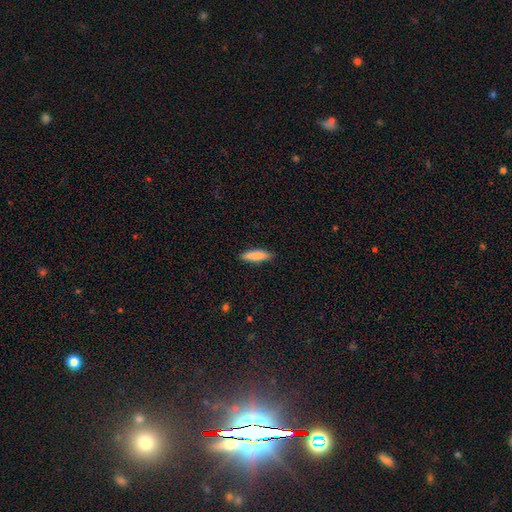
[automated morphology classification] Smooth or featured: smooth — 87% (featured or disk — 8%)
How rounded: cigar-shaped — 67% (in between — 32%)
Merging: none — 88% (minor disturbance — 9%)